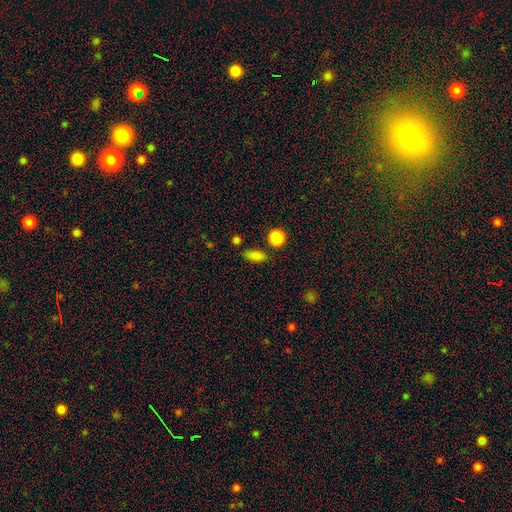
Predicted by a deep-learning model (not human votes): Morphology: type=smooth (83%); roundness=in between (68%); merging=none (79%).